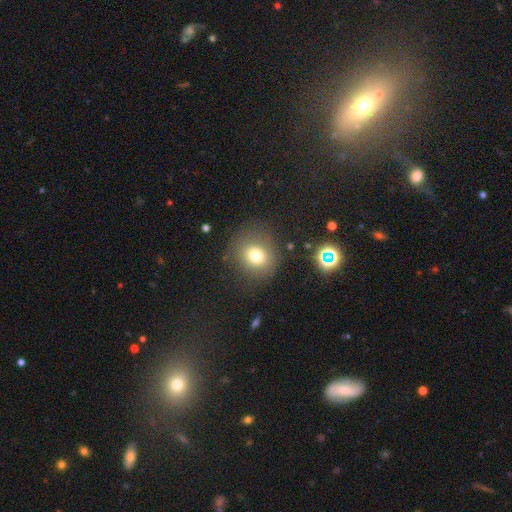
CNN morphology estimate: This appears to be a smooth galaxy with no disk features (74%) that is round (82%). Merging: none (81%).